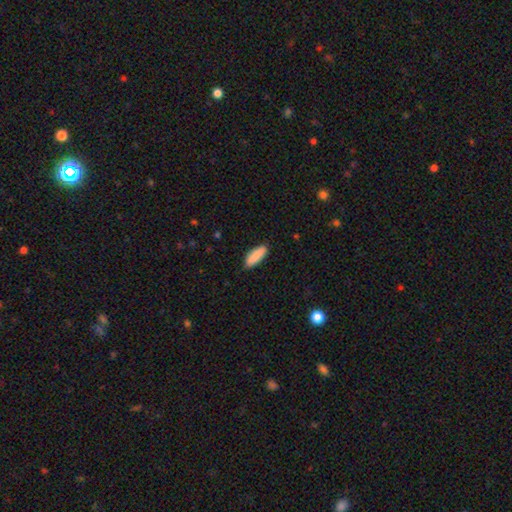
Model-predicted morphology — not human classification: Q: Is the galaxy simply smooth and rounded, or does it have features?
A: smooth — 89%.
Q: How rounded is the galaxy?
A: in between — 55%.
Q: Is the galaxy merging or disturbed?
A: none — 88%.